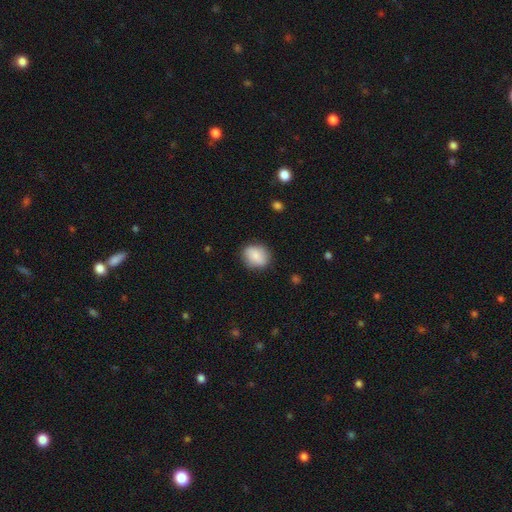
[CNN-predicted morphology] A smooth galaxy with no disk features (80%) that is round (55%). Merging: none (81%).